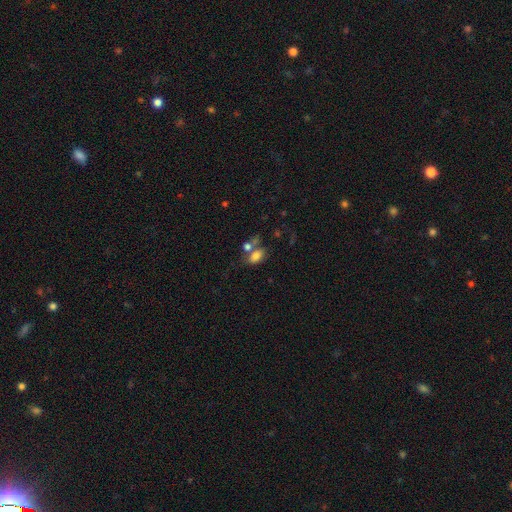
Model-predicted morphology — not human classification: A smooth galaxy with no disk features (77%) that is in between round and cigar-shaped (88%).

Vote fractions:
- Smooth or featured? smooth: 77% / featured or disk: 12% / star or artifact: 11%
- How rounded? in between: 88% / round: 9% / cigar-shaped: 3%
- Merging? none: 43% / merger: 34% / minor disturbance: 15% / major disturbance: 8%